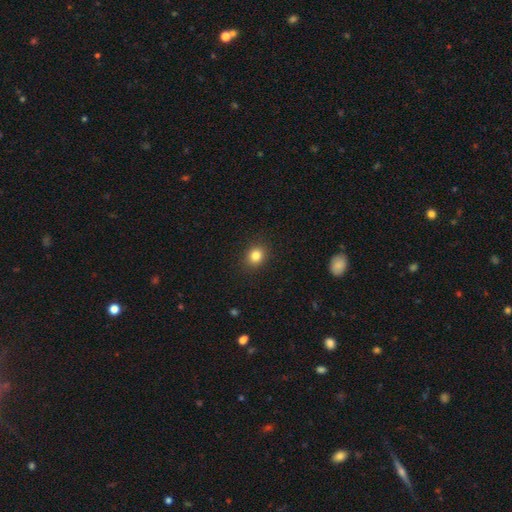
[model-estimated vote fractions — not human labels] Smooth or featured: smooth — 83% (star or artifact — 11%)
How rounded: round — 70% (in between — 30%)
Merging: none — 90% (minor disturbance — 7%)